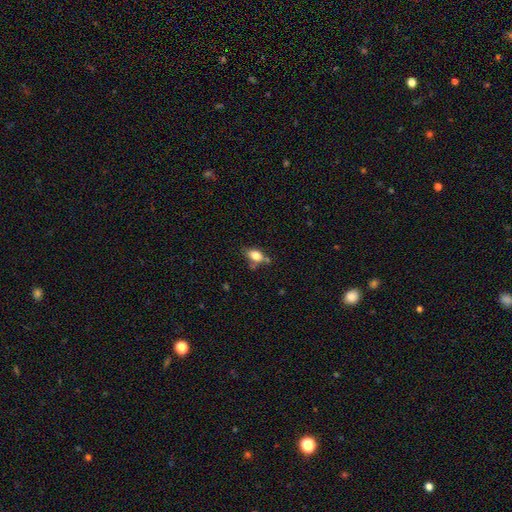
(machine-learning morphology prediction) Smooth or featured: smooth — 78% (featured or disk — 12%)
How rounded: in between — 81% (round — 14%)
Merging: none — 58% (minor disturbance — 24%)